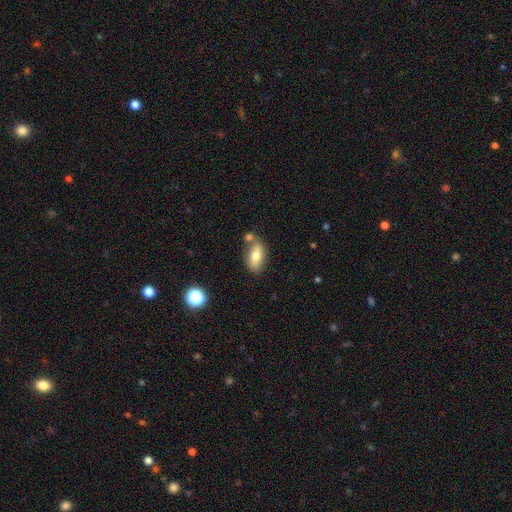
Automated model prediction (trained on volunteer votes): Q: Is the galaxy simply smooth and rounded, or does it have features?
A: smooth — 72%.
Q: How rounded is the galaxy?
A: in between — 87%.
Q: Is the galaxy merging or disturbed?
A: none — 61%.